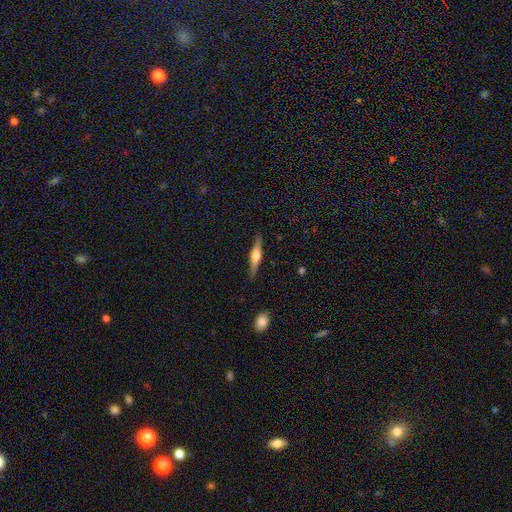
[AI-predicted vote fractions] Q: Smooth or featured?
A: featured or disk (67%); runner-up: smooth (28%)
Q: Edge-on disk?
A: yes (97%); runner-up: no (3%)
Q: Edge-on bulge?
A: rounded (88%); runner-up: boxy (9%)
Q: Merging?
A: none (90%); runner-up: minor disturbance (8%)